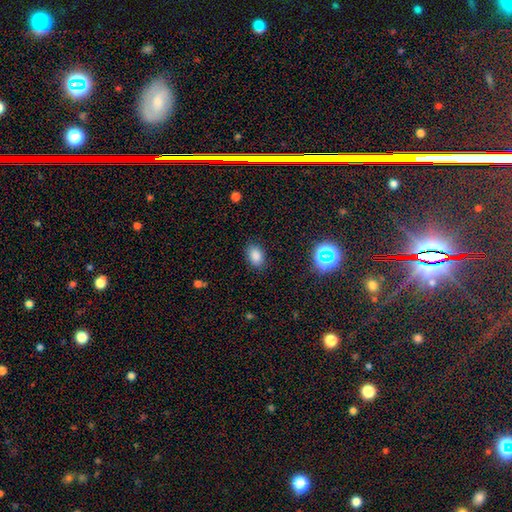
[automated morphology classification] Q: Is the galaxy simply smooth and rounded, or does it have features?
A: smooth — 82%.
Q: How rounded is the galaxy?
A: in between — 84%.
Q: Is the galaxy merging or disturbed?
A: none — 85%.